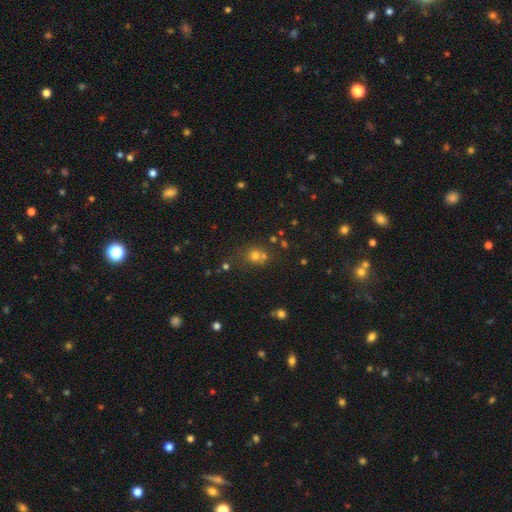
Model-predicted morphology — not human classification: Smooth or featured? smooth (60%)
How rounded? round (83%)
Merging? none (60%)